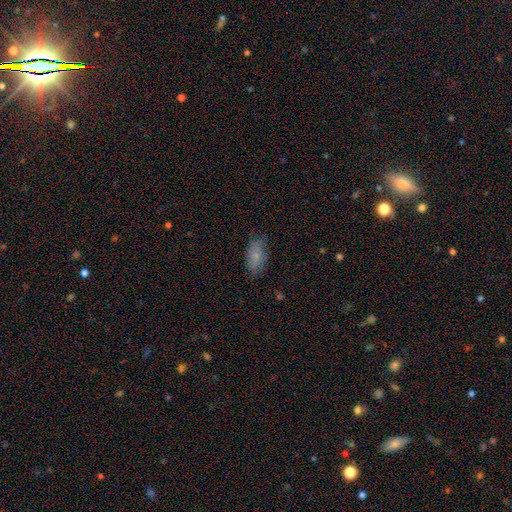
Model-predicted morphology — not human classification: smooth 73%, featured or disk 20%, star or artifact 7%. Down the decision tree: how rounded — in between (89%); merging — none (71%).